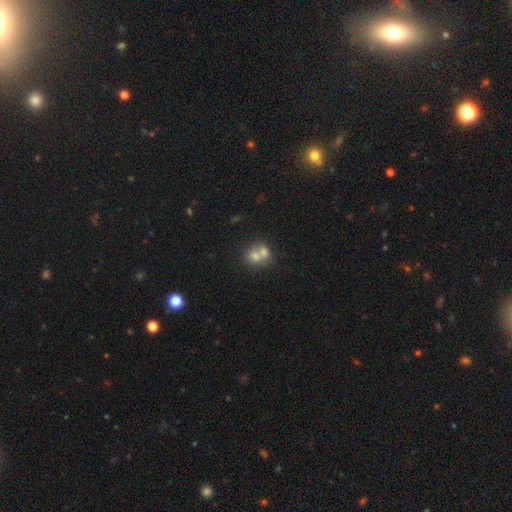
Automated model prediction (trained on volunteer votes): smooth-or-featured: smooth: 65% | featured or disk: 22% | star or artifact: 13%
  how-rounded: round: 72% | in between: 27% | cigar-shaped: 1%
  merging: merger: 63% | none: 28% | minor disturbance: 6% | major disturbance: 3%